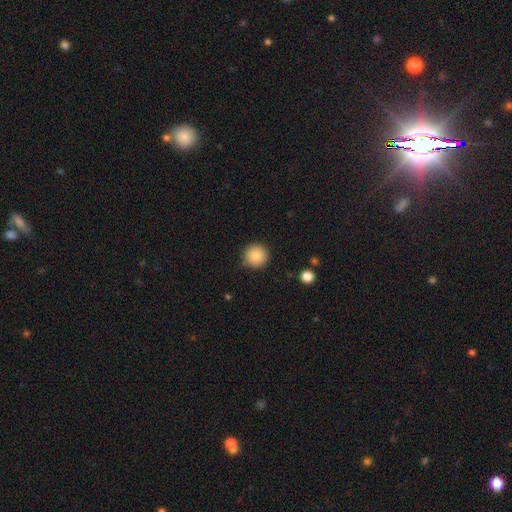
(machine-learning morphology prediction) type=smooth (86%); roundness=round (94%); merging=none (90%).